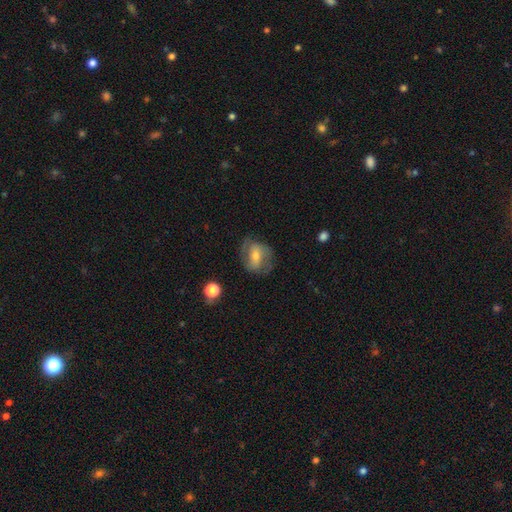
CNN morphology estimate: A featured or disk galaxy (59%) with a weak bar (38%), spiral arms (76%) and a moderate central bulge (50%). Merging: none (70%).